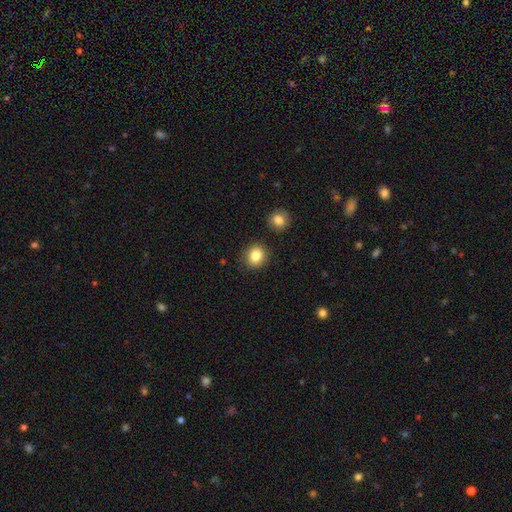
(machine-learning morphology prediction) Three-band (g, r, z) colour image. It shows a smooth galaxy with no disk features (84%) that is round (77%). Merging: none (85%).